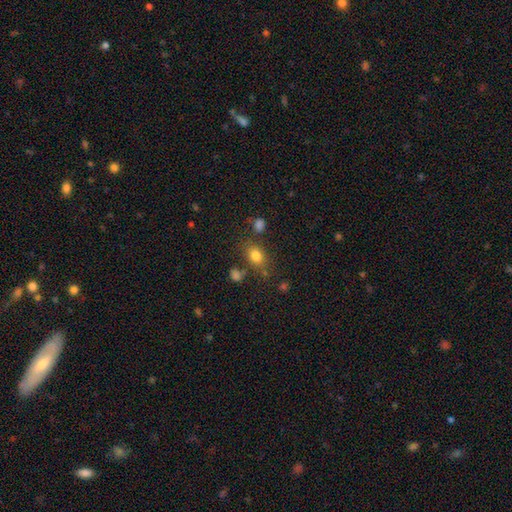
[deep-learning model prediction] Overall: smooth (80%). How rounded: in between (66%; round 33%). Merging: none (70%).